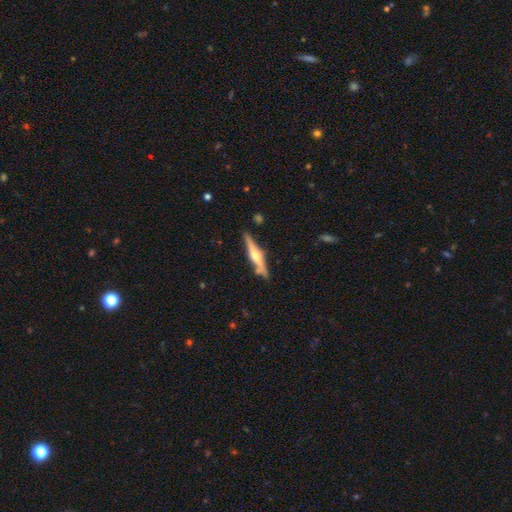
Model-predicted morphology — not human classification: smooth-or-featured: featured or disk: 66% | smooth: 29% | star or artifact: 5%
  disk-edge-on: yes: 97% | no: 3%
    edge-on-bulge: rounded: 88% | boxy: 7% | none: 5%
  merging: none: 81% | minor disturbance: 12% | merger: 4% | major disturbance: 2%